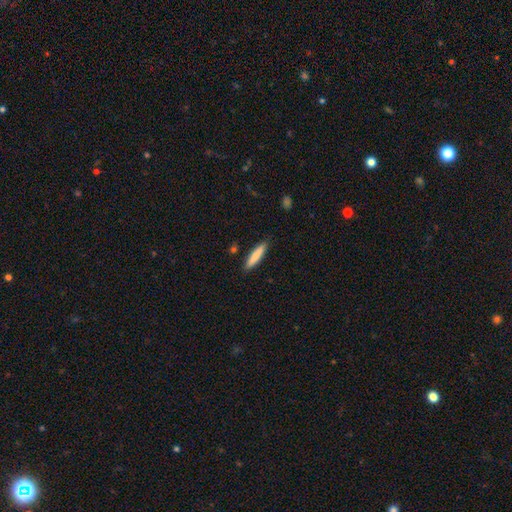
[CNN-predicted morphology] The model was most divided on "smooth or featured": smooth: 80%, featured or disk: 14%, star or artifact: 6%. More confident: merging — none (88%); how rounded — cigar-shaped (85%).